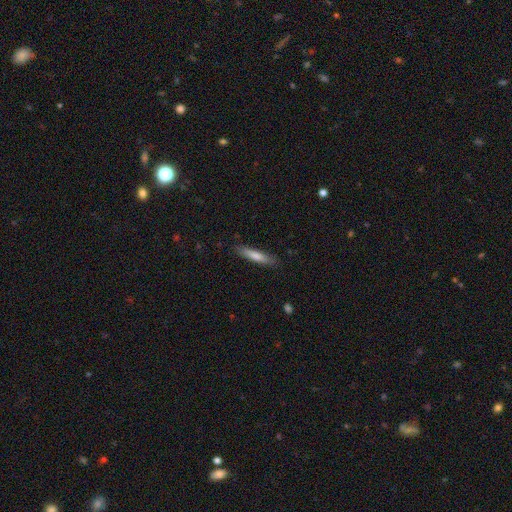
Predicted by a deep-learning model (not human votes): This appears to be a smooth galaxy with no disk features (69%) that is cigar-shaped (89%). Merging: none (88%).